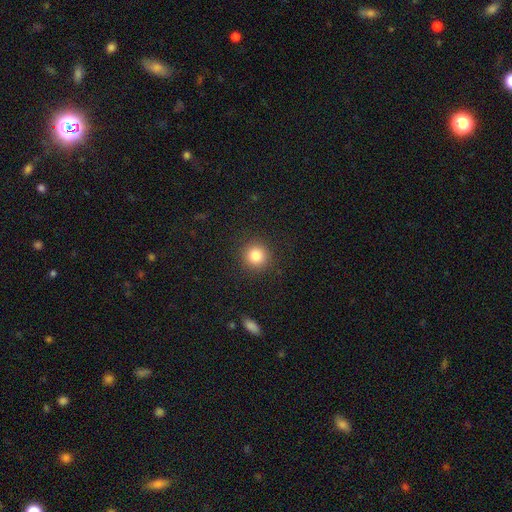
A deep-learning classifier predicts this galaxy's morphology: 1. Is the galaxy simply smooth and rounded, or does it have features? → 83% smooth, 11% star or artifact, 6% featured or disk.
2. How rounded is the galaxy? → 93% round, 6% in between, 1% cigar-shaped.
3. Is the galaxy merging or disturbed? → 91% none, 6% minor disturbance, 2% major disturbance, 1% merger.